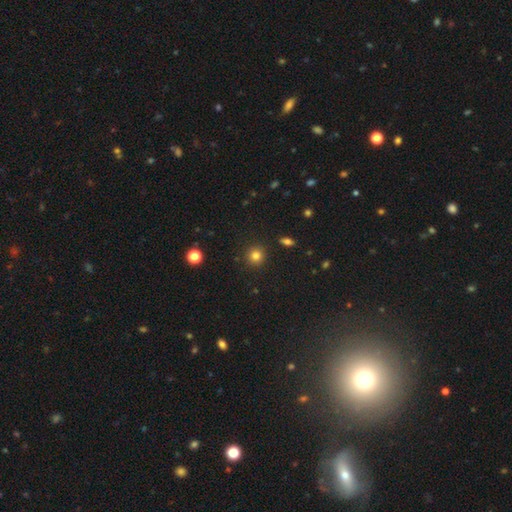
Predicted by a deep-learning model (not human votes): Smooth or featured? Predicted: smooth (p=0.81). How rounded? Predicted: round (p=0.92). Merging? Predicted: none (p=0.91).